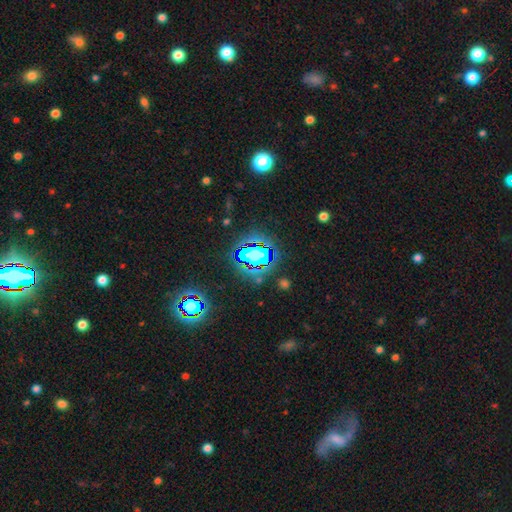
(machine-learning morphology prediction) This appears to be a star or artifact, not a galaxy (78%).